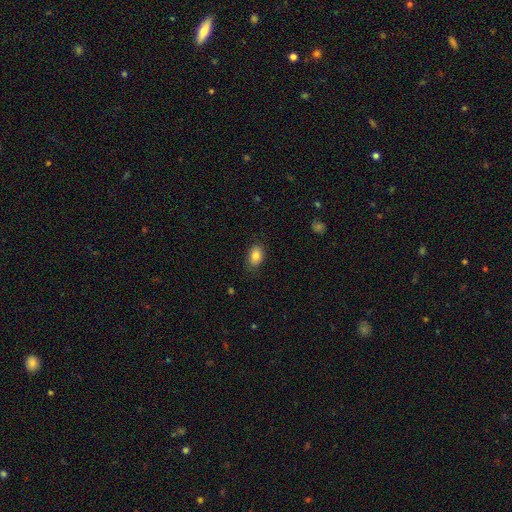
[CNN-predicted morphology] Q: Smooth or featured?
A: smooth (84%); runner-up: featured or disk (8%)
Q: How rounded?
A: in between (85%); runner-up: round (14%)
Q: Merging?
A: none (82%); runner-up: minor disturbance (14%)